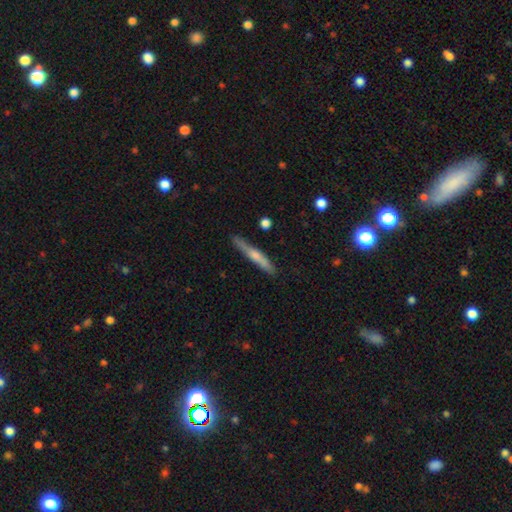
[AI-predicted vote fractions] A featured or disk galaxy (50%).

Vote fractions:
- Smooth or featured? featured or disk: 50% / smooth: 44% / star or artifact: 6%
- Merging? none: 86% / minor disturbance: 10% / major disturbance: 2% / merger: 2%